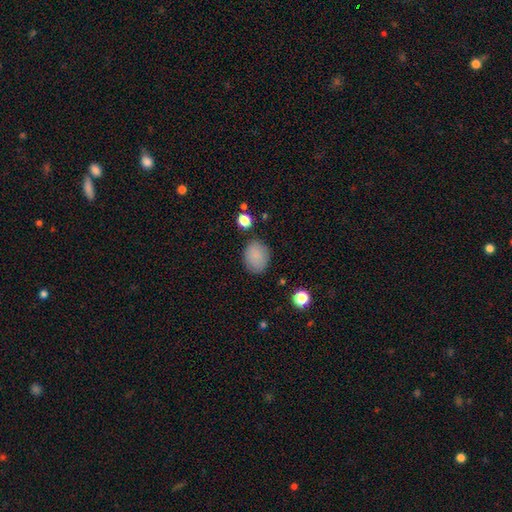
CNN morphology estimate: smooth-or-featured: smooth: 86% | star or artifact: 8% | featured or disk: 5%
  how-rounded: in between: 52% | round: 47% | cigar-shaped: 1%
  merging: none: 82% | minor disturbance: 12% | major disturbance: 3% | merger: 2%